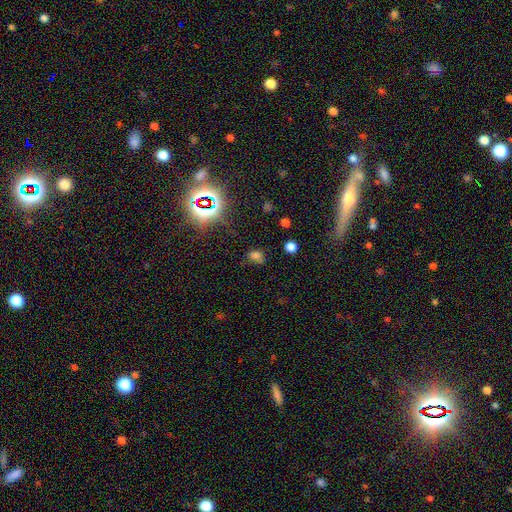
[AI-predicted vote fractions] Q: Smooth or featured?
A: smooth (60%); runner-up: star or artifact (31%)
Q: How rounded?
A: in between (61%); runner-up: round (37%)
Q: Merging?
A: none (59%); runner-up: minor disturbance (23%)